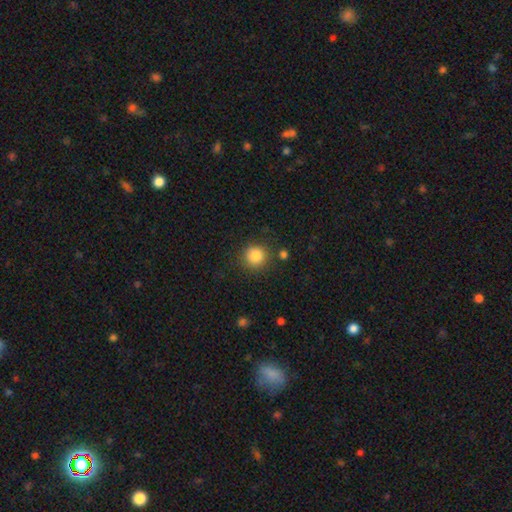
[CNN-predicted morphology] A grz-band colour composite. It shows a smooth galaxy with no disk features (85%) that is round (93%). Merging: none (85%).